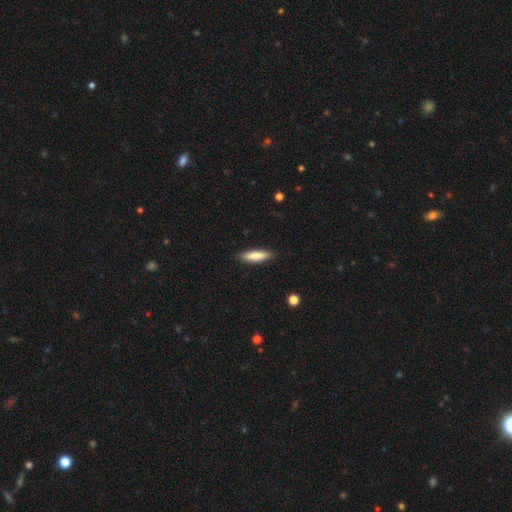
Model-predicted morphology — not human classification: Smooth or featured? smooth (81%)
How rounded? cigar-shaped (74%)
Merging? none (89%)